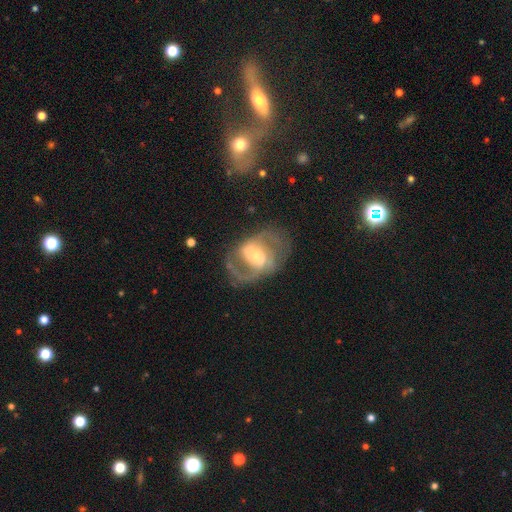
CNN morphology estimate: Smooth or featured? featured or disk (81%)
Edge-on disk? no (97%)
Bar? weak (42%)
Spiral arms? yes (90%)
Spiral winding? medium (52%)
Spiral arm count? 2 (76%)
Bulge size? small (47%)
Merging? none (63%)